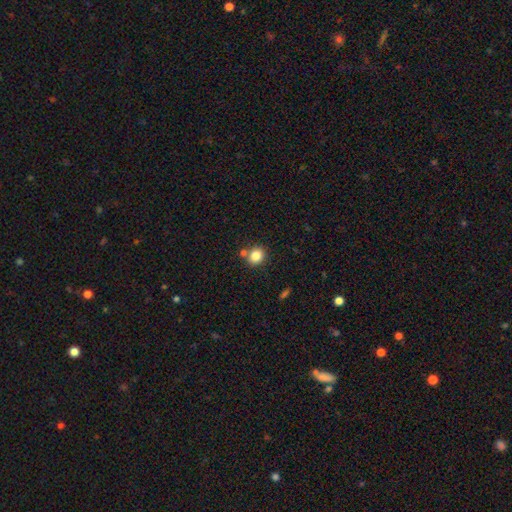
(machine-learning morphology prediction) Overall: smooth (83%). How rounded: round (74%). Merging: none (71%).